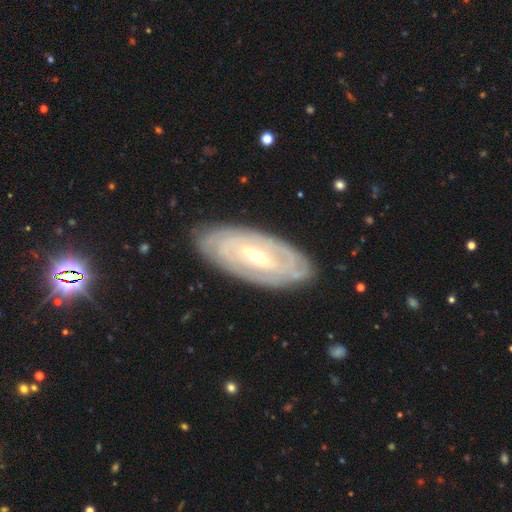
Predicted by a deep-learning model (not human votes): Smooth or featured? Predicted: featured or disk (p=0.82). Edge-on disk? Predicted: no (p=0.90). Bar? Predicted: weak (p=0.43). Spiral arms? Predicted: yes (p=0.84). Spiral winding? Predicted: tight (p=0.81). Spiral arm count? Predicted: can't tell (p=0.56). Bulge size? Predicted: small (p=0.56). Merging? Predicted: none (p=0.85).